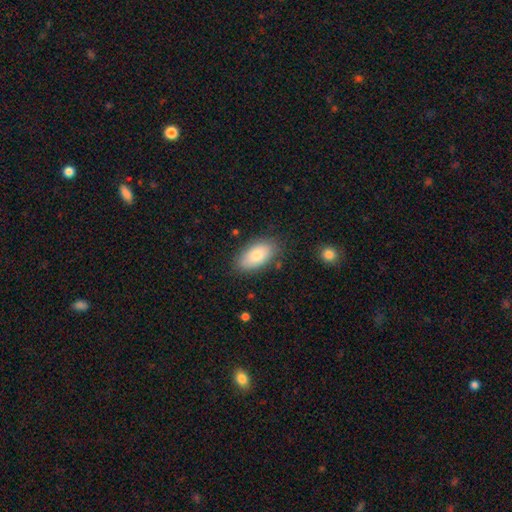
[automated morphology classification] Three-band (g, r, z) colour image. It shows a smooth galaxy with no disk features (81%) that is in between round and cigar-shaped (94%). Merging: none (82%).